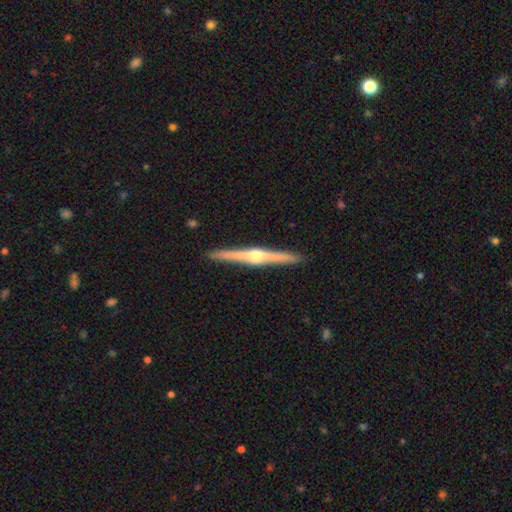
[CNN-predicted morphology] The model was most divided on "smooth or featured": featured or disk: 83%, smooth: 12%, star or artifact: 4%. More confident: edge-on disk — yes (99%); merging — none (93%); edge-on bulge — rounded (93%).